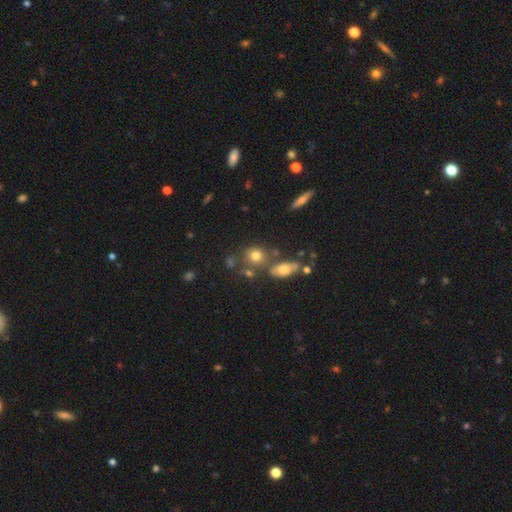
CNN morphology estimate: Overall: smooth (76%). How rounded: round (71%). Merging: none (62%).